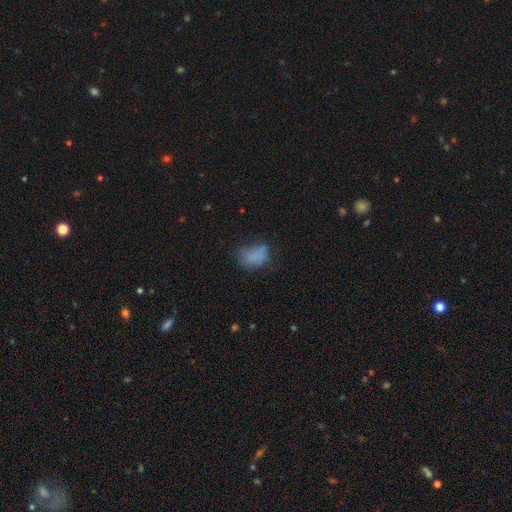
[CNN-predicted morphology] Smooth or featured?
  - smooth: 75% *
  - star or artifact: 13%
  - featured or disk: 13%
How rounded?
  - in between: 82% *
  - round: 16%
  - cigar-shaped: 2%
Merging?
  - none: 45% *
  - minor disturbance: 30%
  - major disturbance: 22%
  - merger: 3%